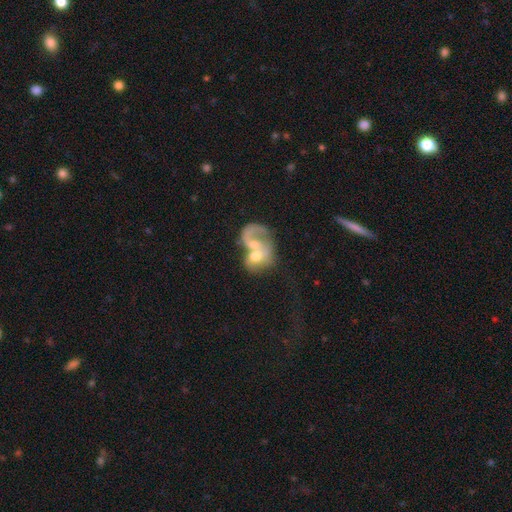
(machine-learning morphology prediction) Smooth or featured? Predicted: featured or disk (p=0.53). Edge-on disk? Predicted: no (p=0.97). Bar? Predicted: no (p=0.75). Spiral arms? Predicted: no (p=0.55). Bulge size? Predicted: moderate (p=0.63). Merging? Predicted: merger (p=0.75).